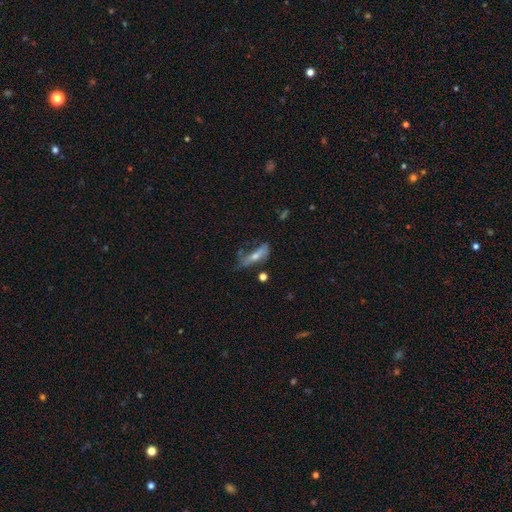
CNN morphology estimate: This is possibly a featured or disk galaxy (49%). Merging: marginally none (42%).